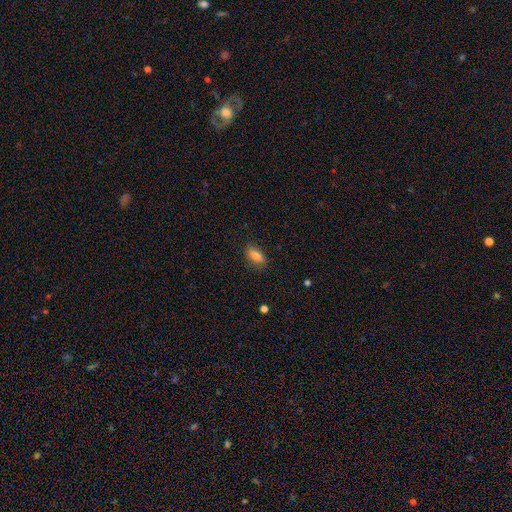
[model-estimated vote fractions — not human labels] A smooth galaxy with no disk features (84%) that is in between round and cigar-shaped (87%). Merging: none (82%).